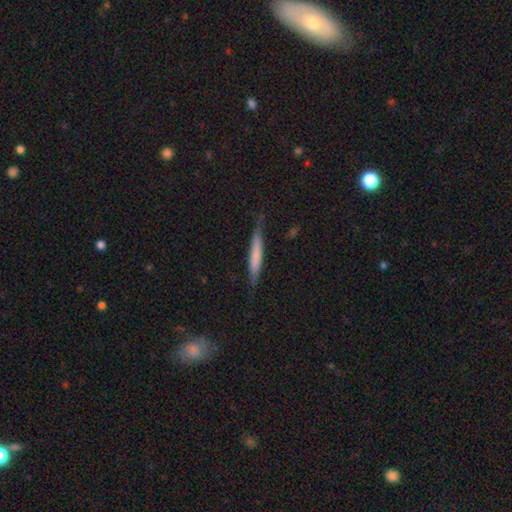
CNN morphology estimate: Smooth or featured: smooth — 63% (featured or disk — 32%)
How rounded: cigar-shaped — 94% (in between — 5%)
Merging: none — 76% (minor disturbance — 19%)